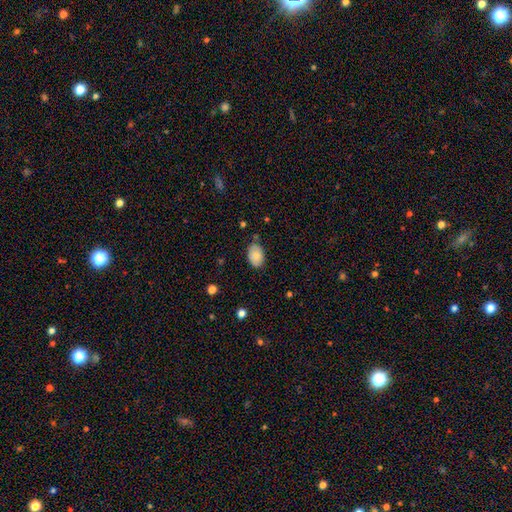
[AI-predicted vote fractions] smooth 80%, featured or disk 12%, star or artifact 7%. Down the decision tree: how rounded — in between (87%); merging — none (77%).